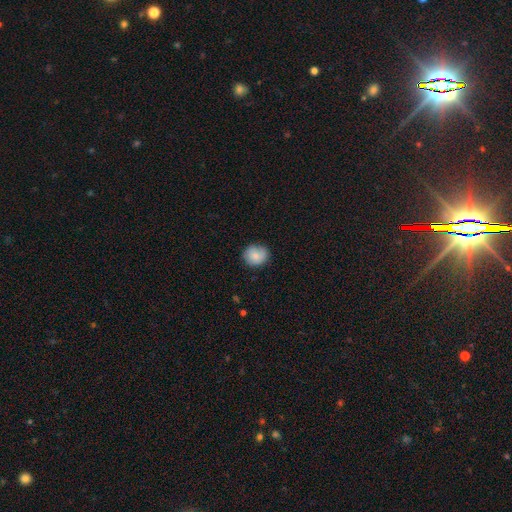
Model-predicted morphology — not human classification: Smooth or featured?
  - smooth: 81% *
  - featured or disk: 11%
  - star or artifact: 8%
How rounded?
  - round: 82% *
  - in between: 17%
  - cigar-shaped: 1%
Merging?
  - none: 77% *
  - minor disturbance: 18%
  - major disturbance: 3%
  - merger: 1%